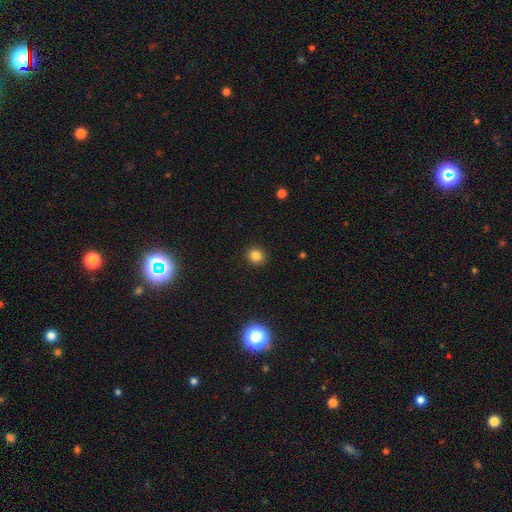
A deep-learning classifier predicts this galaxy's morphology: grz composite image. It shows a smooth galaxy with no disk features (83%) that is round (84%). Merging: none (92%).